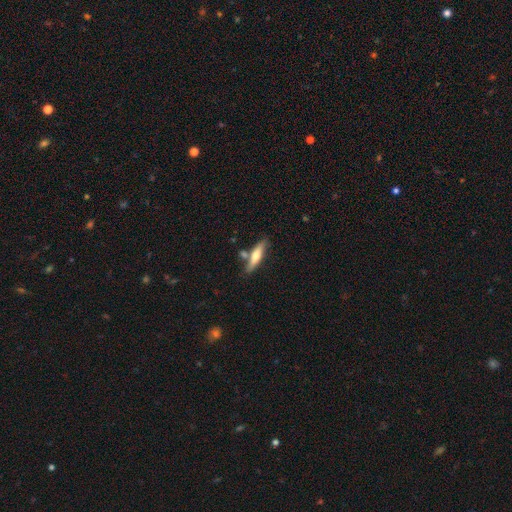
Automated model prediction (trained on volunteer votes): smooth-or-featured: smooth: 53% | featured or disk: 41% | star or artifact: 6%
  how-rounded: cigar-shaped: 73% | in between: 25% | round: 2%
  merging: none: 68% | minor disturbance: 15% | merger: 14% | major disturbance: 3%